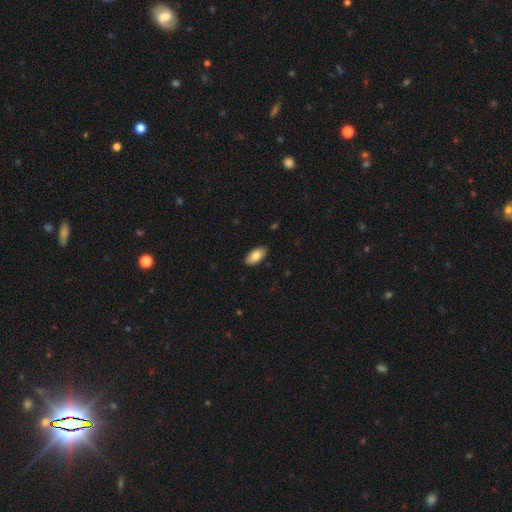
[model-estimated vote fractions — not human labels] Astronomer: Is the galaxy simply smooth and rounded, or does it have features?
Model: smooth — 84%.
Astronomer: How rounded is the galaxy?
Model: in between — 93%.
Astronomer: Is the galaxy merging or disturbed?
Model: none — 88%.